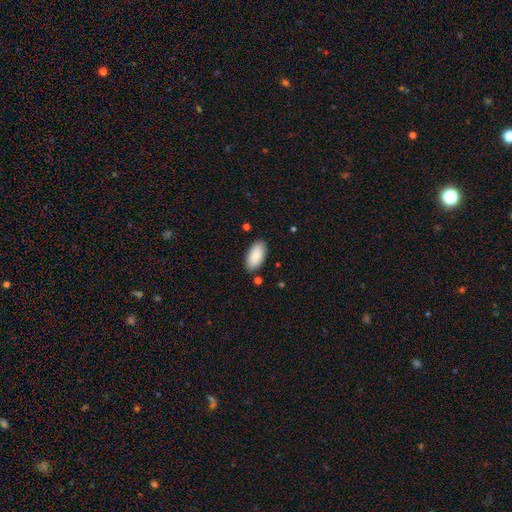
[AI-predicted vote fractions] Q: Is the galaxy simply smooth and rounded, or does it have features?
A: smooth — 87%.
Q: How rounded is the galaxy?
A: in between — 94%.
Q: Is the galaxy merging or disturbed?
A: none — 85%.